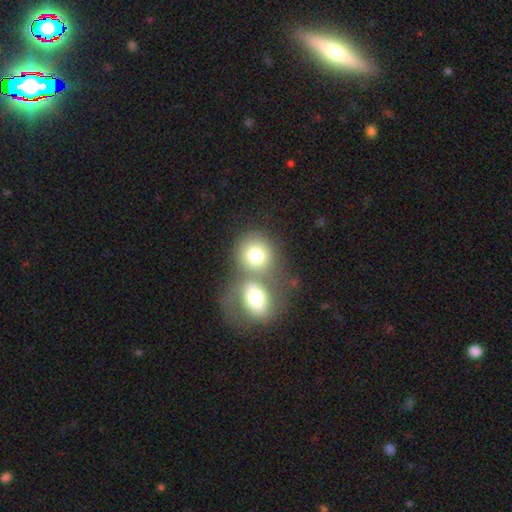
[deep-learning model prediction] Morphology: type=smooth (71%); roundness=round (77%); merging=merger (51%).